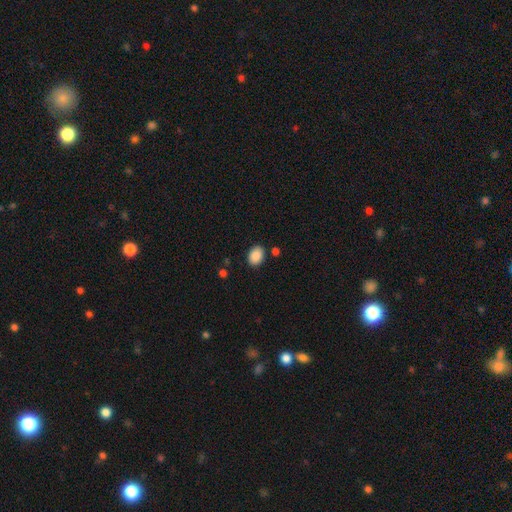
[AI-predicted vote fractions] smooth-or-featured: smooth: 89% | star or artifact: 8% | featured or disk: 3%
  how-rounded: in between: 72% | round: 27% | cigar-shaped: 1%
  merging: none: 83% | minor disturbance: 10% | merger: 4% | major disturbance: 3%